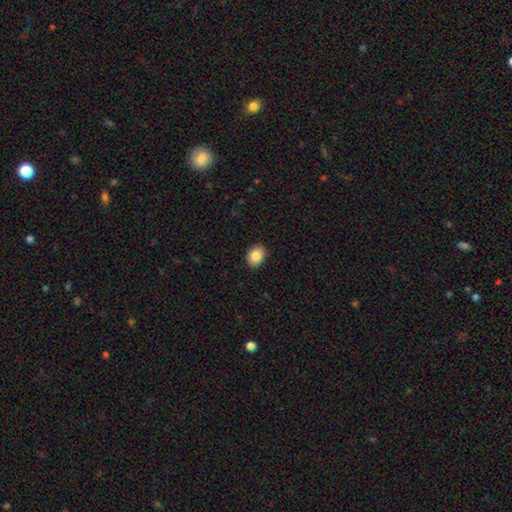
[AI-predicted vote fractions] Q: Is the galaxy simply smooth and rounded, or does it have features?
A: smooth — 87%.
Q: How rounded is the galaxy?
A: in between — 65%.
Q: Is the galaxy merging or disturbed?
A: none — 90%.